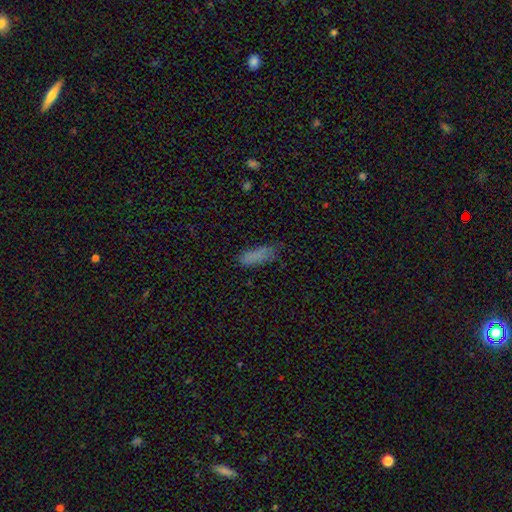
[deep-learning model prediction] This is likely a smooth galaxy (78%). How rounded: possibly in between (50%). Merging: likely none (61%).